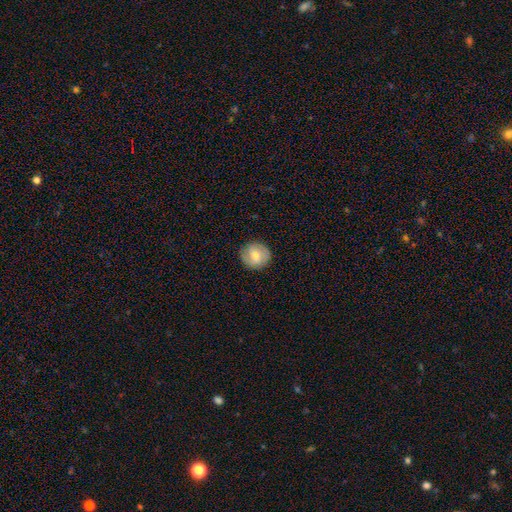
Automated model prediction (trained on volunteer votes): Smooth or featured?
  - smooth: 56% *
  - featured or disk: 37%
  - star or artifact: 7%
How rounded?
  - round: 90% *
  - in between: 9%
  - cigar-shaped: 1%
Merging?
  - none: 86% *
  - minor disturbance: 10%
  - major disturbance: 3%
  - merger: 1%